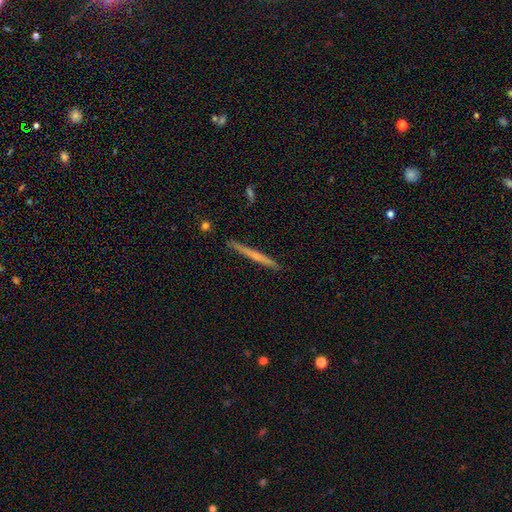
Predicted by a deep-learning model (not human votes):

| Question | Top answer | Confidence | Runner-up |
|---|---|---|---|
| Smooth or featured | featured or disk | 50% | smooth (44%) |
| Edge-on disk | yes | 98% | no (2%) |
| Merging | none | 90% | minor disturbance (7%) |